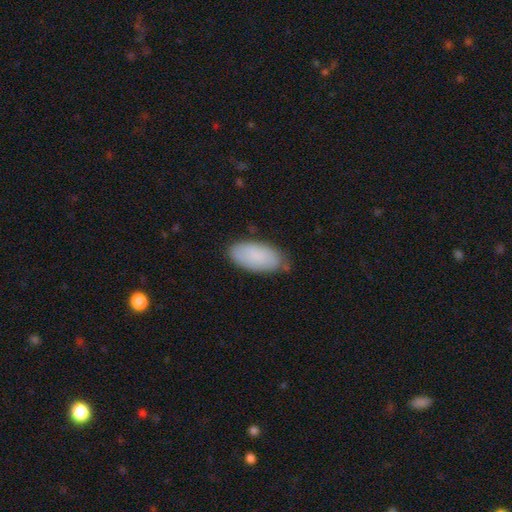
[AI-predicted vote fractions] The model was most divided on "merging": none: 76%, minor disturbance: 19%, major disturbance: 3%, merger: 2%. More confident: how rounded — in between (93%); smooth or featured — smooth (84%).